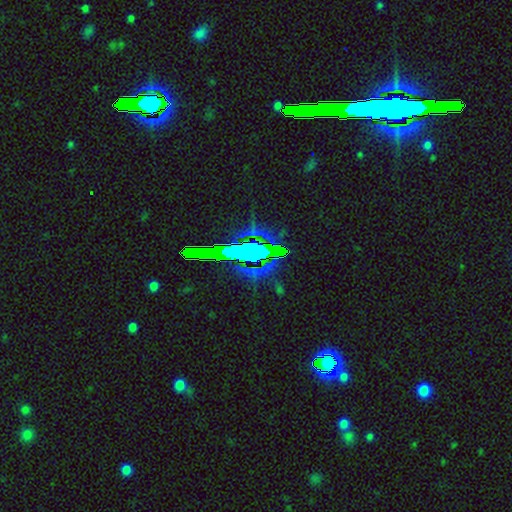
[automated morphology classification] Smooth or featured? star or artifact (79%)